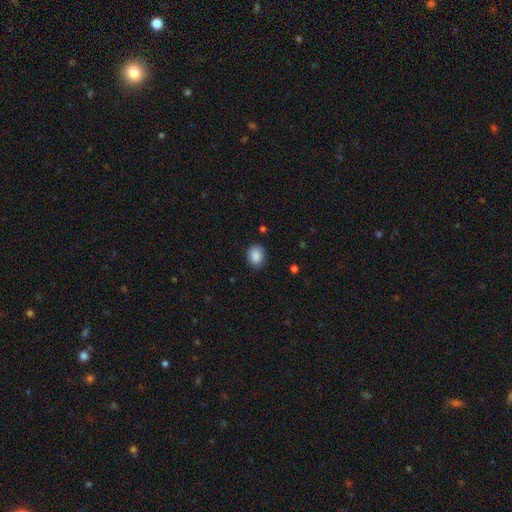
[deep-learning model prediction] Smooth or featured: smooth — 88% (star or artifact — 8%)
How rounded: round — 50% (in between — 49%)
Merging: none — 81% (minor disturbance — 14%)